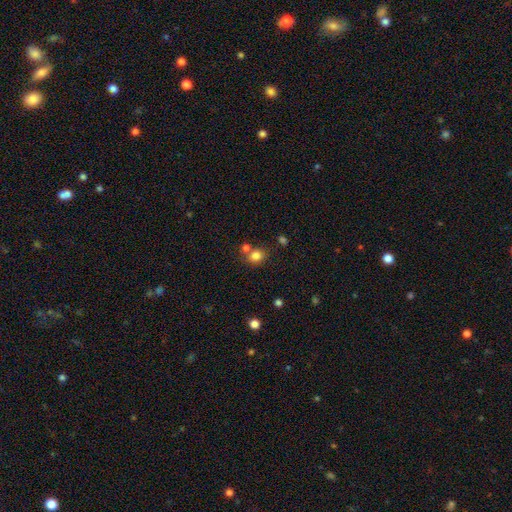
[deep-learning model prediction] Morphology: type=smooth (81%); roundness=round (71%); merging=none (62%).